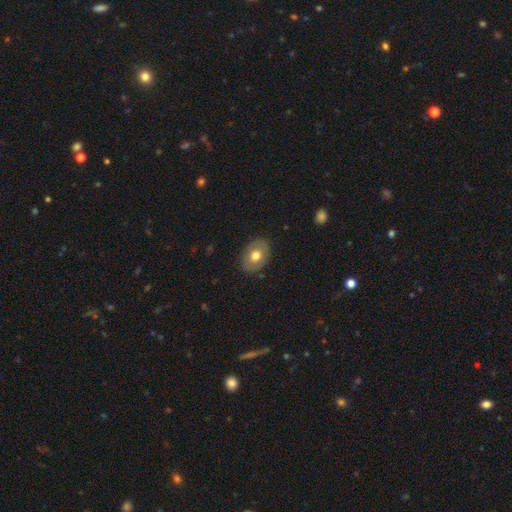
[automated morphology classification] This is likely a smooth galaxy (68%). How rounded: likely in between (75%). Merging: clearly none (86%).